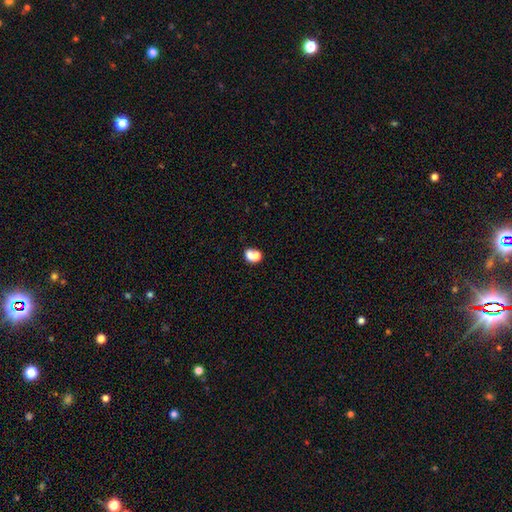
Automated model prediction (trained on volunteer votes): A smooth galaxy with no disk features (68%) that is round (56%). Merging: merger (53%).